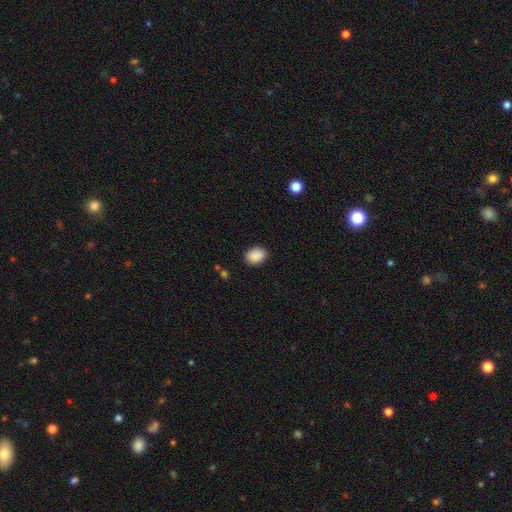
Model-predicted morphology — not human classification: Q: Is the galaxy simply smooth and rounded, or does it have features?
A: smooth — 89%.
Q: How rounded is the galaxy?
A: in between — 69%.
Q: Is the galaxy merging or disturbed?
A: none — 87%.